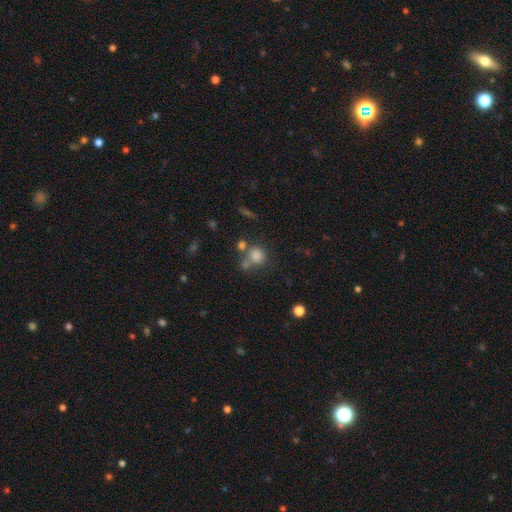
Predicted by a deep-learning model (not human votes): Smooth or featured? smooth (76%)
How rounded? round (86%)
Merging? none (57%)